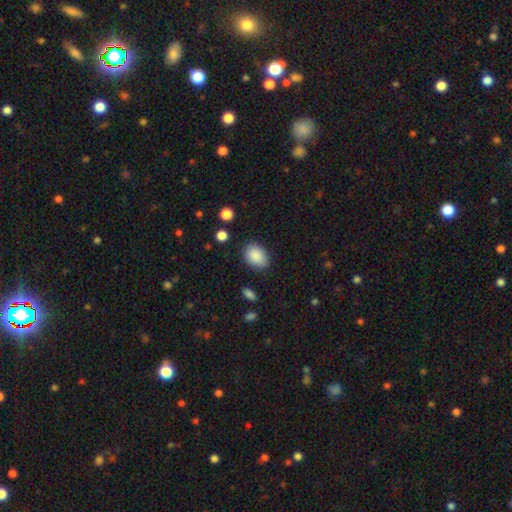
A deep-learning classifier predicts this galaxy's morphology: This is clearly a smooth galaxy (88%). How rounded: likely in between (70%). Merging: clearly none (83%).